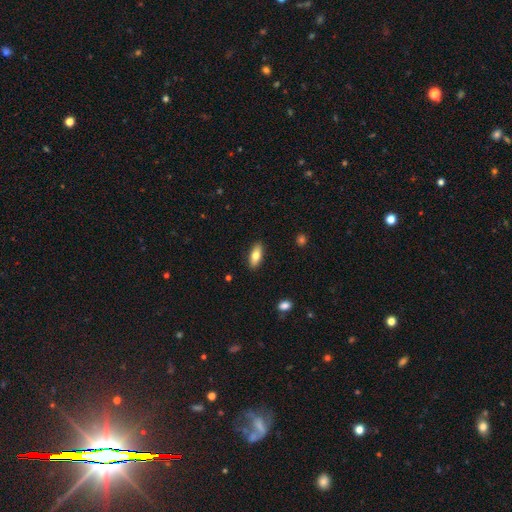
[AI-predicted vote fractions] Morphology: type=smooth (76%); roundness=in between (80%); merging=none (89%).